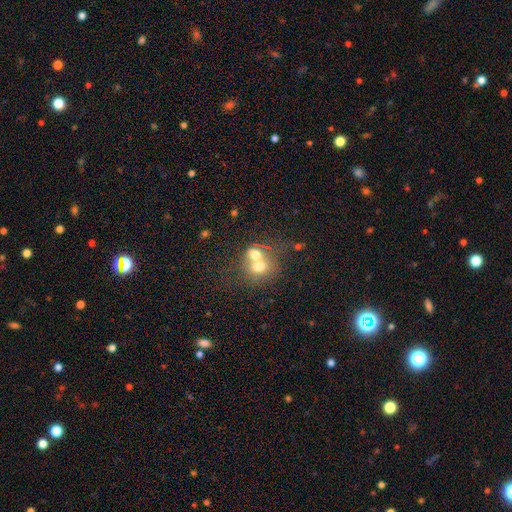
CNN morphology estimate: Smooth or featured? smooth (66%)
How rounded? round (62%)
Merging? merger (66%)